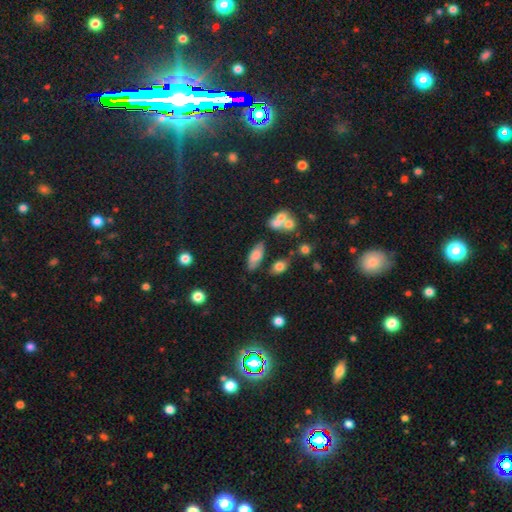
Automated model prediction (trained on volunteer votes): This is likely a smooth galaxy (72%). How rounded: likely in between (79%). Merging: likely none (68%).